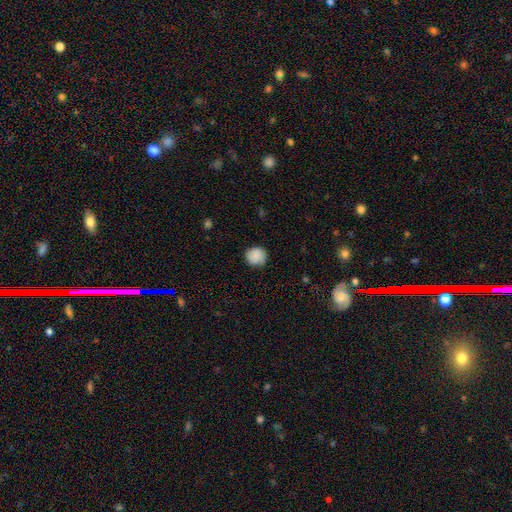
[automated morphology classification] This appears to be a smooth galaxy with no disk features (87%) that is round (91%). Merging: none (83%).